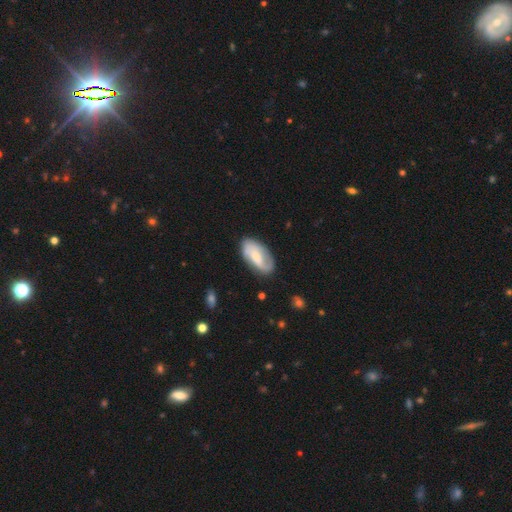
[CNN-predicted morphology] smooth-or-featured: featured or disk: 60% | smooth: 34% | star or artifact: 6%
  disk-edge-on: no: 94% | yes: 6%
    bar: no: 54% | weak: 35% | strong: 11%
    has-spiral-arms: yes: 86% | no: 14%
    bulge-size: small: 57% | moderate: 34% | none: 4% | large: 3% | dominant: 1%
  merging: none: 72% | minor disturbance: 20% | major disturbance: 7% | merger: 2%